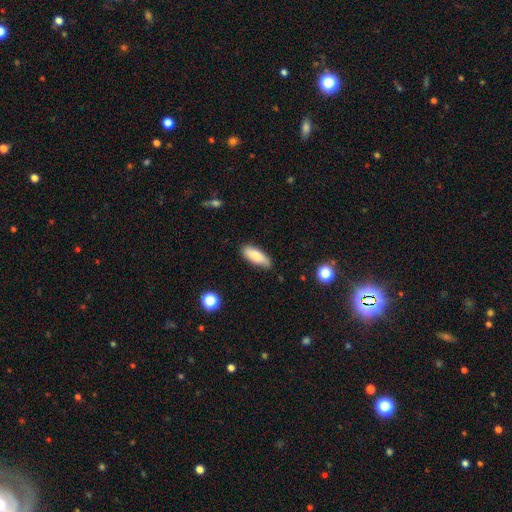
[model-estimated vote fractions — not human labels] Smooth or featured?
  - smooth: 81% *
  - featured or disk: 12%
  - star or artifact: 7%
How rounded?
  - in between: 68% *
  - cigar-shaped: 30%
  - round: 2%
Merging?
  - none: 80% *
  - minor disturbance: 16%
  - major disturbance: 3%
  - merger: 2%